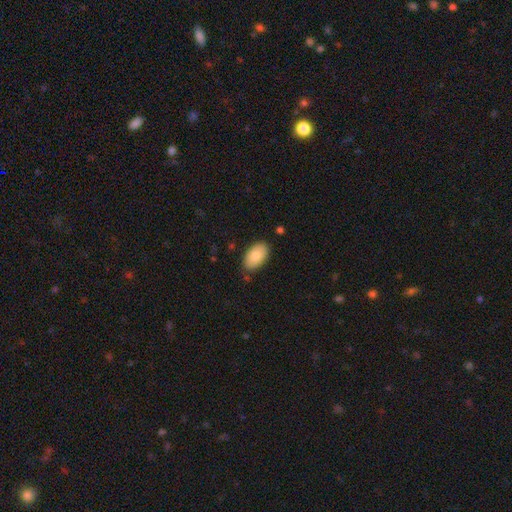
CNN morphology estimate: A smooth galaxy with no disk features (83%) that is in between round and cigar-shaped (95%).

Vote fractions:
- Smooth or featured? smooth: 83% / featured or disk: 10% / star or artifact: 6%
- How rounded? in between: 95% / round: 4% / cigar-shaped: 1%
- Merging? none: 81% / minor disturbance: 14% / major disturbance: 3% / merger: 2%